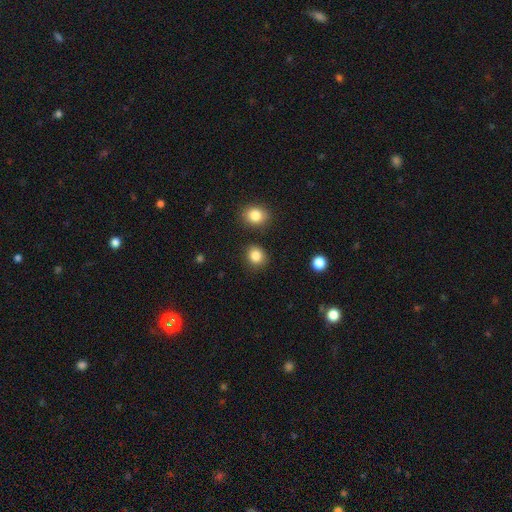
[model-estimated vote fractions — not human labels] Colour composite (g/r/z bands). It shows a smooth galaxy with no disk features (85%) that is round (82%). Merging: none (86%).